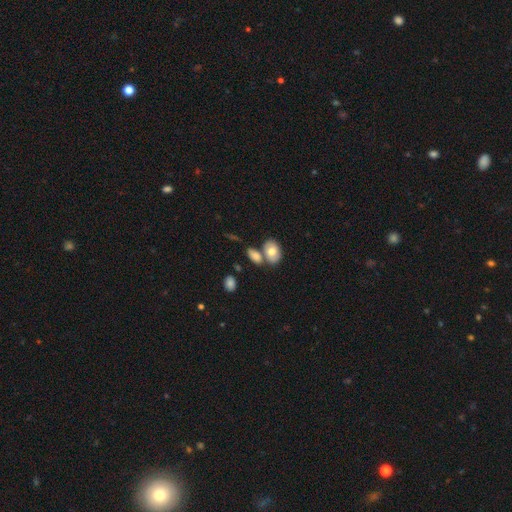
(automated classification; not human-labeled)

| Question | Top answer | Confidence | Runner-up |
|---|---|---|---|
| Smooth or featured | smooth | 41% | star or artifact (36%) |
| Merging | none | 50% | merger (30%) |